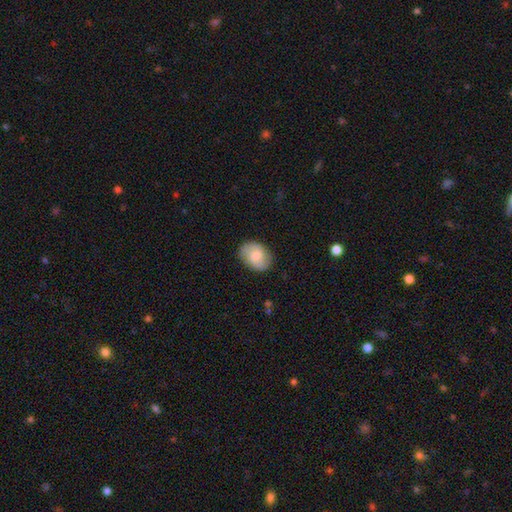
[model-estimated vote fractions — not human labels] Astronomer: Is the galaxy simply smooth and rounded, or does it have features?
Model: smooth — 59%.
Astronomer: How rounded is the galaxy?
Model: in between — 68%.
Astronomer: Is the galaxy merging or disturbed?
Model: none — 79%.